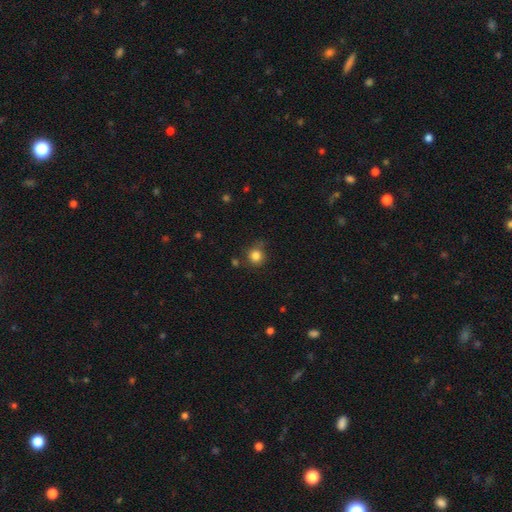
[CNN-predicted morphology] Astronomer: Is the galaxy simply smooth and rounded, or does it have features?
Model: smooth — 83%.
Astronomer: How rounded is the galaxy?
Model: round — 90%.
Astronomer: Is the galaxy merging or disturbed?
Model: none — 75%.